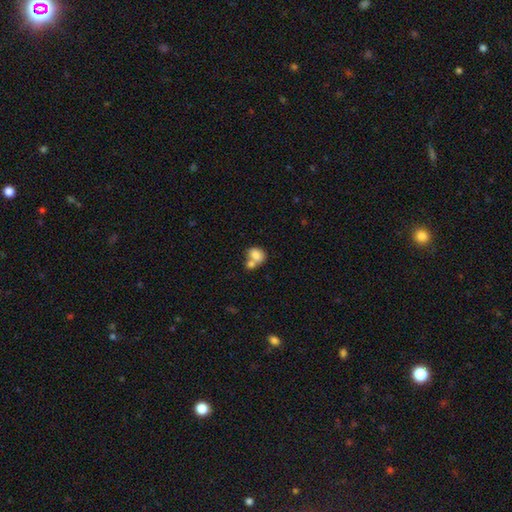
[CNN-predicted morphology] Smooth or featured? Predicted: smooth (p=0.80). How rounded? Predicted: in between (p=0.66). Merging? Predicted: merger (p=0.54).